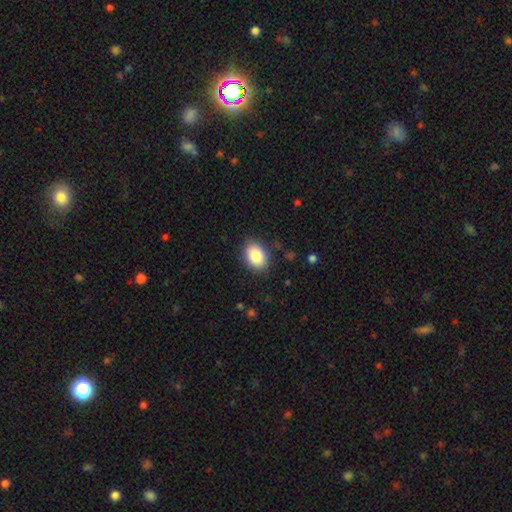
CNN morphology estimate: The model was most divided on "how rounded": in between: 72%, round: 27%, cigar-shaped: 1%. More confident: merging — none (86%); smooth or featured — smooth (84%).